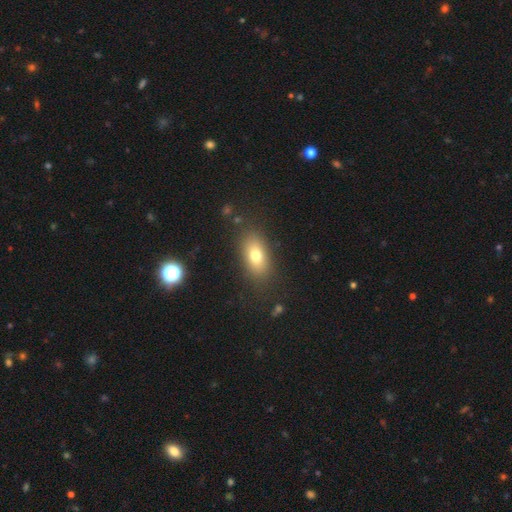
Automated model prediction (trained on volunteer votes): This is likely a smooth galaxy (76%). How rounded: clearly in between (86%). Merging: clearly none (83%).